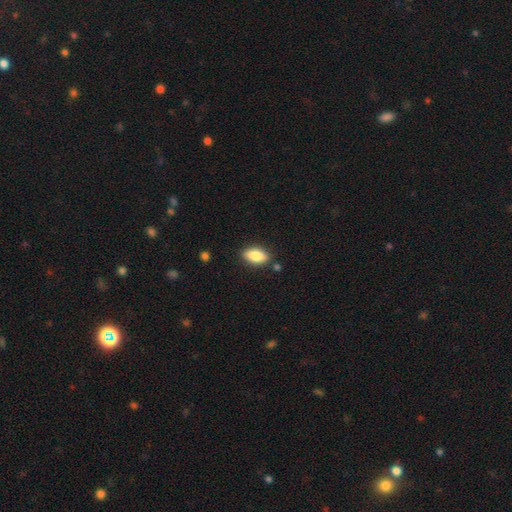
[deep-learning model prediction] smooth 83%, featured or disk 10%, star or artifact 7%. Down the decision tree: how rounded — in between (87%); merging — none (85%).